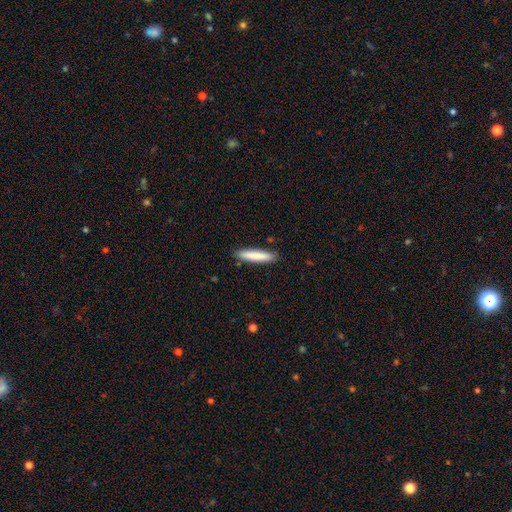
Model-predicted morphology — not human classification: The model was most divided on "smooth or featured": smooth: 82%, featured or disk: 12%, star or artifact: 6%. More confident: how rounded — cigar-shaped (91%); merging — none (89%).